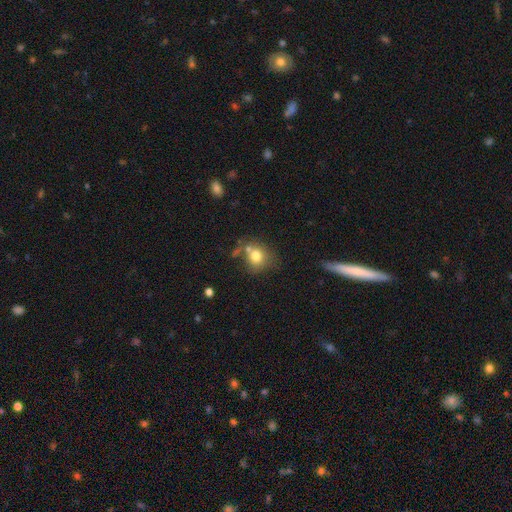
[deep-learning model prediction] Smooth or featured: smooth — 76% (featured or disk — 12%)
How rounded: round — 74% (in between — 25%)
Merging: none — 54% (merger — 19%)